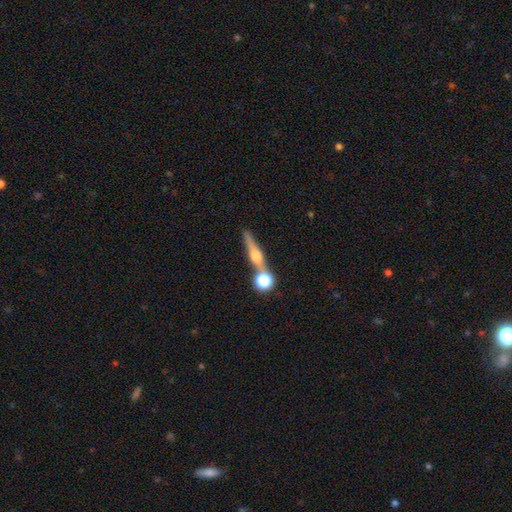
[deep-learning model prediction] Smooth or featured: featured or disk — 62% (smooth — 28%)
Edge-on disk: yes — 93% (no — 7%)
Edge-on bulge: rounded — 93% (boxy — 4%)
Merging: none — 66% (merger — 21%)